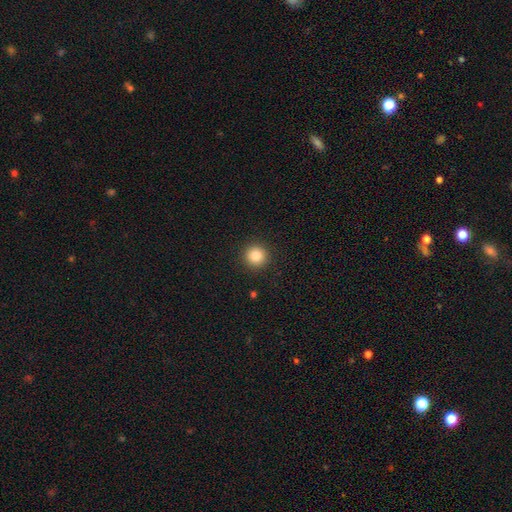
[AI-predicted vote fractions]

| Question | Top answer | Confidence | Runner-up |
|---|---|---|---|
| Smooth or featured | smooth | 84% | star or artifact (11%) |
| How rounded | round | 95% | in between (4%) |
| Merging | none | 93% | minor disturbance (5%) |